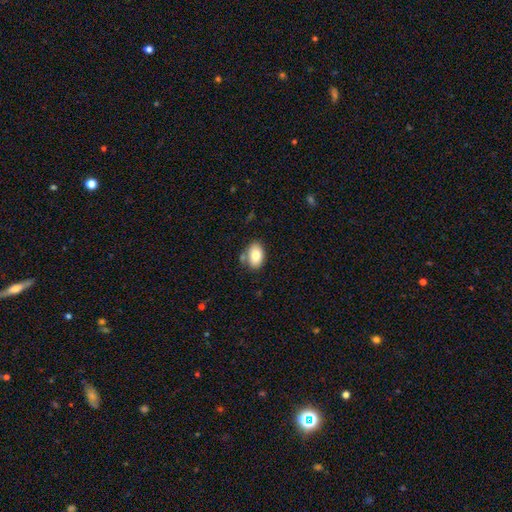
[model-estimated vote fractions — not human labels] The model was most divided on "merging": none: 72%, minor disturbance: 15%, merger: 10%, major disturbance: 4%. More confident: how rounded — in between (88%); smooth or featured — smooth (81%).